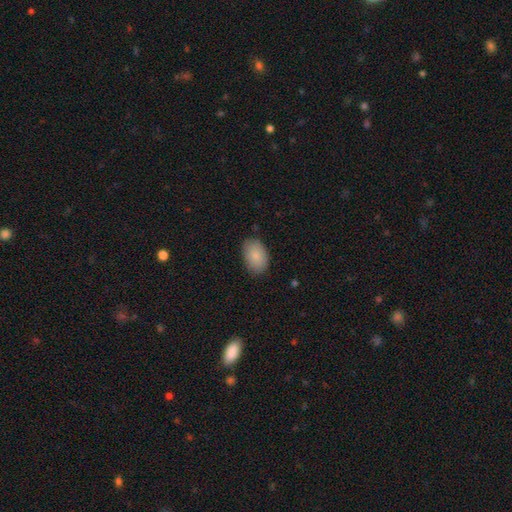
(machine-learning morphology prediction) This is clearly a smooth galaxy (86%). How rounded: clearly in between (88%). Merging: clearly none (84%).